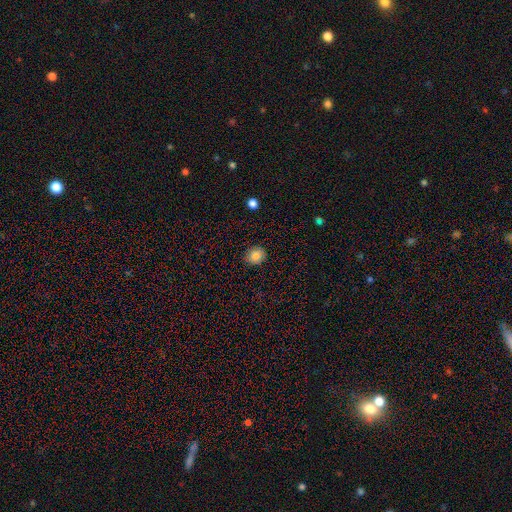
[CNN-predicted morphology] smooth_or_featured: smooth (p=0.83) [alt: star or artifact p=0.10]
how_rounded: round (p=0.76) [alt: in between p=0.23]
merging: none (p=0.87) [alt: minor disturbance p=0.09]